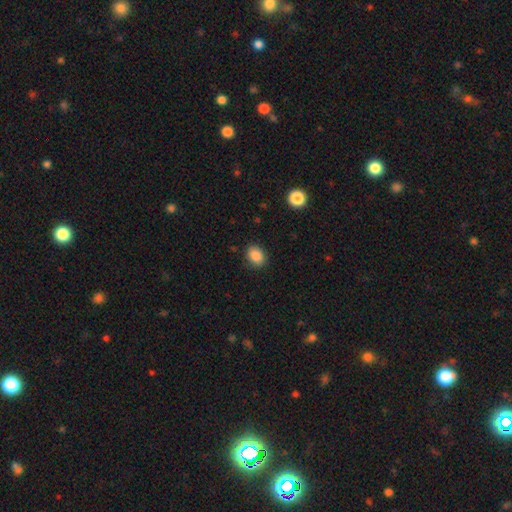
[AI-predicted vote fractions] Morphology: type=smooth (87%); roundness=in between (57%); merging=none (85%).